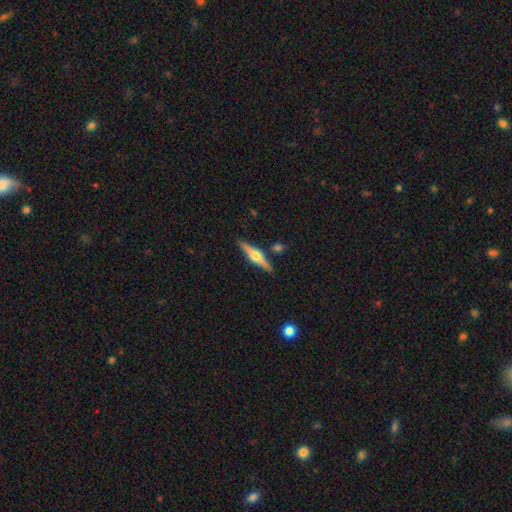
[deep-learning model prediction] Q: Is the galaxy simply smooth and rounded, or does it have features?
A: featured or disk — 74%.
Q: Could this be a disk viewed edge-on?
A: yes — 98%.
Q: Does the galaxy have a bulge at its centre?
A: rounded — 94%.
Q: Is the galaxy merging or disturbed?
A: none — 86%.